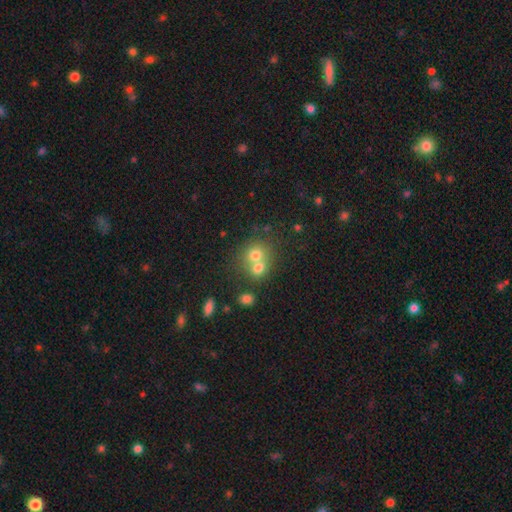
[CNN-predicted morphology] A smooth galaxy with no disk features (70%) that is round (76%).

Vote fractions:
- Smooth or featured? smooth: 70% / featured or disk: 17% / star or artifact: 13%
- How rounded? round: 76% / in between: 23% / cigar-shaped: 1%
- Merging? merger: 58% / none: 33% / minor disturbance: 6% / major disturbance: 3%